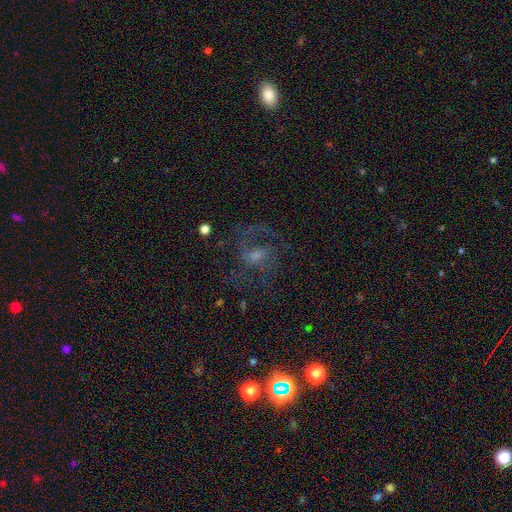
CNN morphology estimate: A featured or disk galaxy (65%) with a weak bar (46%), spiral arms (74%) and a small central bulge (43%).

Vote fractions:
- Smooth or featured? featured or disk: 65% / smooth: 19% / star or artifact: 15%
- Edge-on disk? no: 97% / yes: 3%
- Bar? weak: 46% / no: 43% / strong: 11%
- Spiral arms? yes: 74% / no: 26%
- Bulge size? small: 43% / moderate: 39% / none: 12% / large: 4% / dominant: 1%
- Merging? none: 51% / major disturbance: 30% / minor disturbance: 16% / merger: 3%